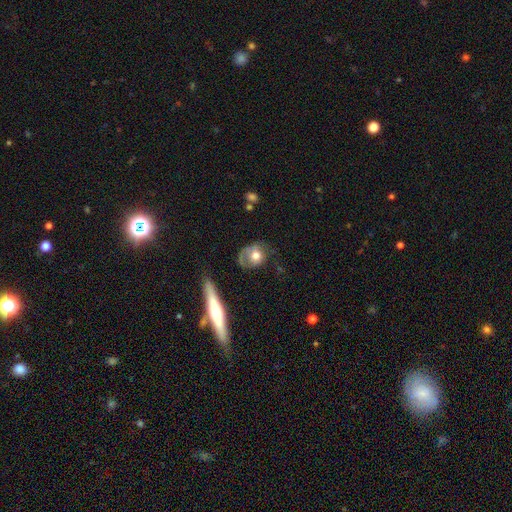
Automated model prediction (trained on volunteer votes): smooth_or_featured: smooth (p=0.57) [alt: featured or disk p=0.36]
how_rounded: round (p=0.54) [alt: in between p=0.44]
merging: none (p=0.35) [alt: major disturbance p=0.32]